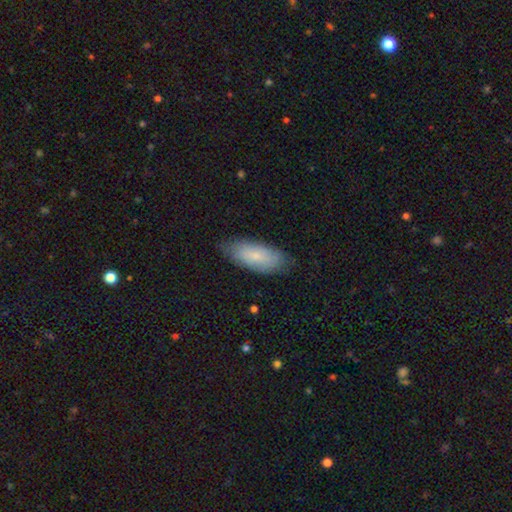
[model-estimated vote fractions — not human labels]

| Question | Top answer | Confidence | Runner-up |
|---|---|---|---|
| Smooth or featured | smooth | 76% | featured or disk (18%) |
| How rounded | in between | 86% | cigar-shaped (12%) |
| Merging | none | 77% | minor disturbance (18%) |